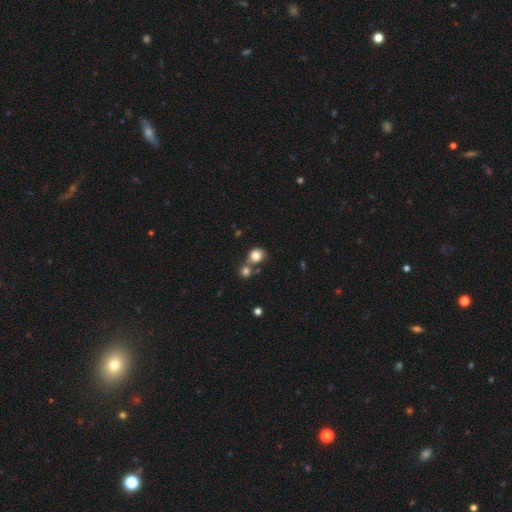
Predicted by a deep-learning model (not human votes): Smooth or featured: smooth — 81% (star or artifact — 11%)
How rounded: round — 77% (in between — 22%)
Merging: none — 50% (merger — 35%)